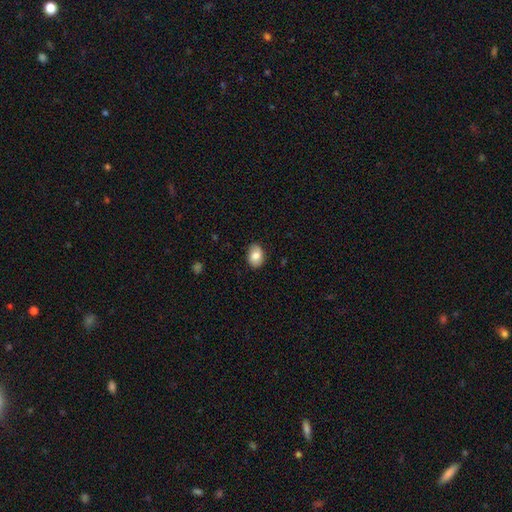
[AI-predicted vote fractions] smooth_or_featured: smooth (p=0.83) [alt: featured or disk p=0.10]
how_rounded: in between (p=0.78) [alt: round p=0.21]
merging: none (p=0.82) [alt: minor disturbance p=0.14]